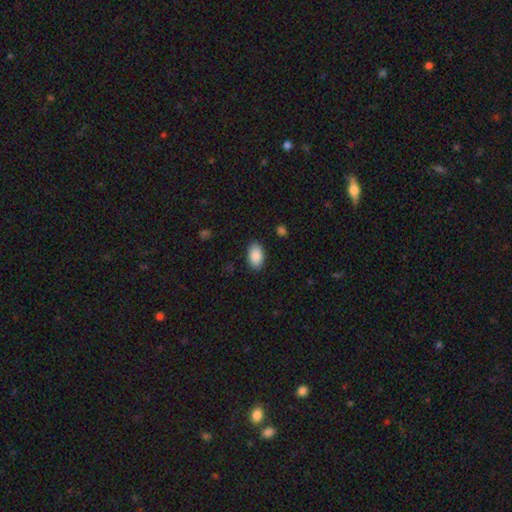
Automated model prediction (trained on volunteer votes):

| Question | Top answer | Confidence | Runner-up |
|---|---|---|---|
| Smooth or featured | smooth | 89% | star or artifact (6%) |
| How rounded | in between | 93% | round (5%) |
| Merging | none | 88% | minor disturbance (9%) |